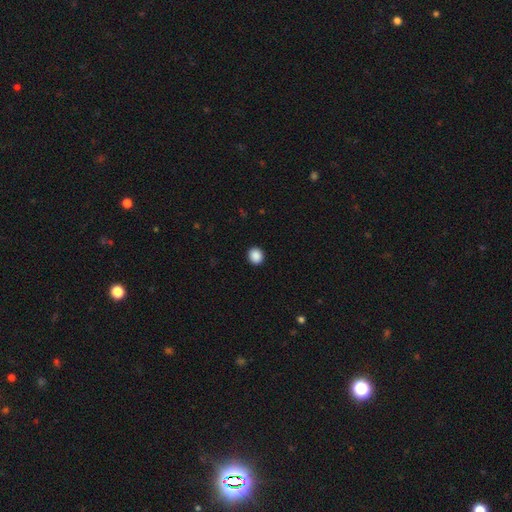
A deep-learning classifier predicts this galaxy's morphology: smooth 89%, star or artifact 9%, featured or disk 2%. Down the decision tree: how rounded — round (85%); merging — none (93%).